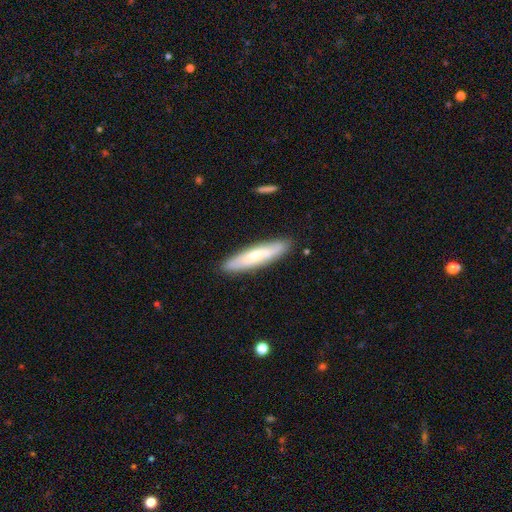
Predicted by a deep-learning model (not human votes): This is possibly a smooth galaxy (57%). How rounded: clearly cigar-shaped (81%). Merging: clearly none (88%).